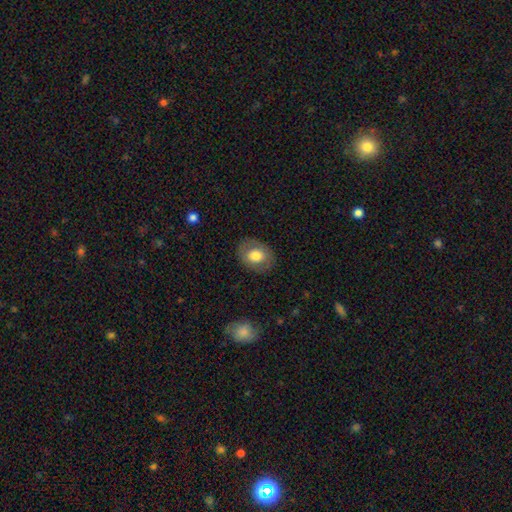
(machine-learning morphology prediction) smooth-or-featured: smooth: 70% | featured or disk: 23% | star or artifact: 7%
  how-rounded: in between: 61% | round: 38% | cigar-shaped: 1%
  merging: none: 84% | minor disturbance: 11% | major disturbance: 4% | merger: 1%